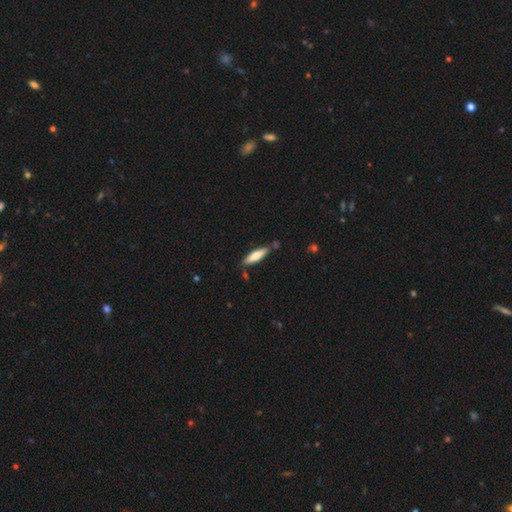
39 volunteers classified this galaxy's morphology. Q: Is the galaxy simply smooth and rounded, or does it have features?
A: smooth — 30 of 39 (77%).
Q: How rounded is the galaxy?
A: cigar-shaped — 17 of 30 (57%).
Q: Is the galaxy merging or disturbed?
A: none — 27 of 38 (71%).